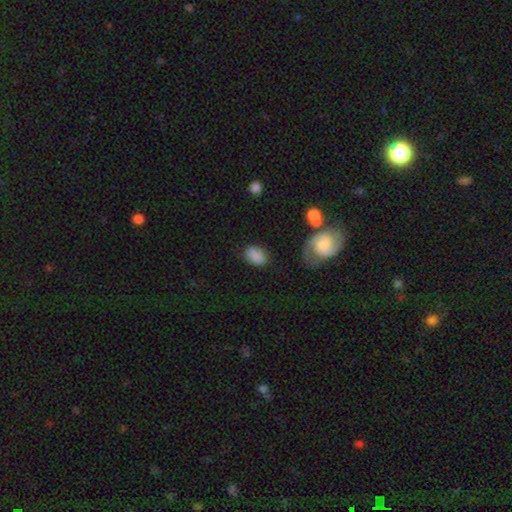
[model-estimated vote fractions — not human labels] Smooth or featured? Predicted: smooth (p=0.84). How rounded? Predicted: in between (p=0.86). Merging? Predicted: none (p=0.78).